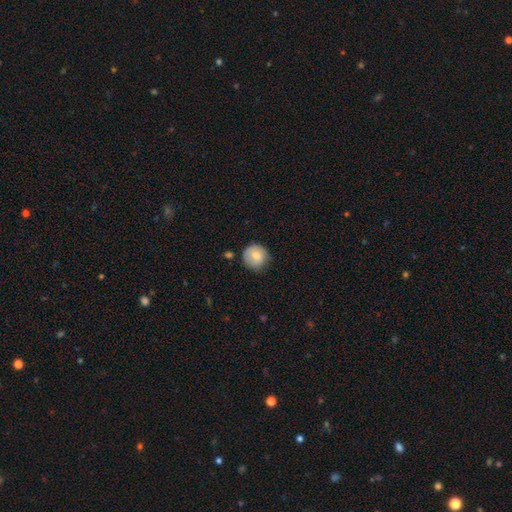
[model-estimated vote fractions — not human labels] Morphology: type=smooth (77%); roundness=round (92%); merging=none (78%).